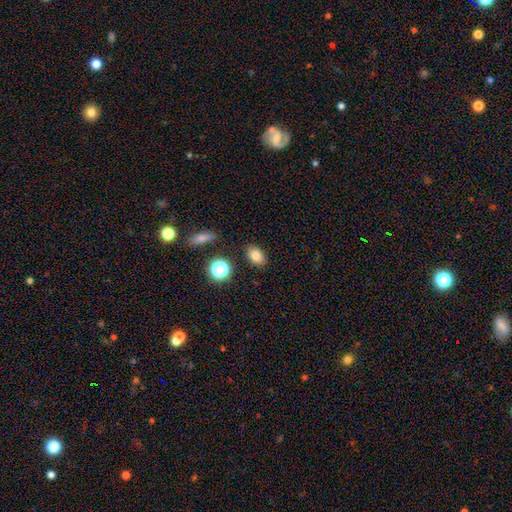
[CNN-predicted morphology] Smooth or featured? Predicted: smooth (p=0.80). How rounded? Predicted: in between (p=0.77). Merging? Predicted: none (p=0.84).